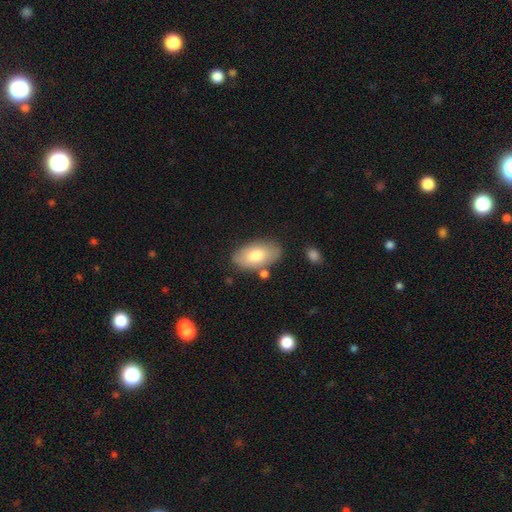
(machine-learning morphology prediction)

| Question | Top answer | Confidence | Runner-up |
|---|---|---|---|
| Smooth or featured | smooth | 74% | featured or disk (20%) |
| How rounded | in between | 94% | round (4%) |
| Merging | none | 78% | minor disturbance (13%) |